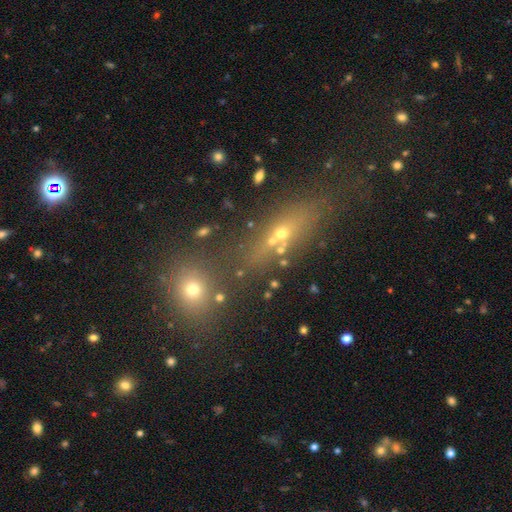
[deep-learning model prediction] Smooth or featured?
  - smooth: 40% *
  - star or artifact: 34%
  - featured or disk: 26%
Merging?
  - none: 66% *
  - merger: 15%
  - minor disturbance: 13%
  - major disturbance: 7%